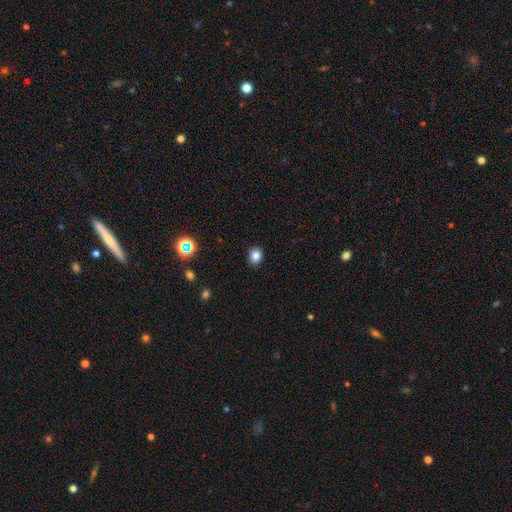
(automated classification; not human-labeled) smooth-or-featured: smooth: 82% | star or artifact: 13% | featured or disk: 5%
  how-rounded: round: 60% | in between: 39% | cigar-shaped: 1%
  merging: none: 90% | minor disturbance: 7% | major disturbance: 2% | merger: 1%